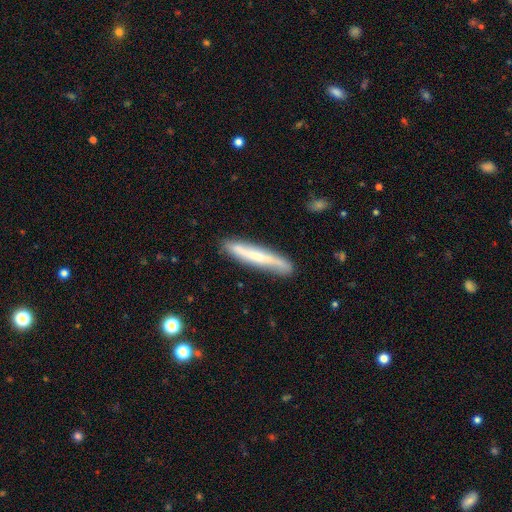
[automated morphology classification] Smooth or featured? Predicted: featured or disk (p=0.49). Merging? Predicted: none (p=0.83).